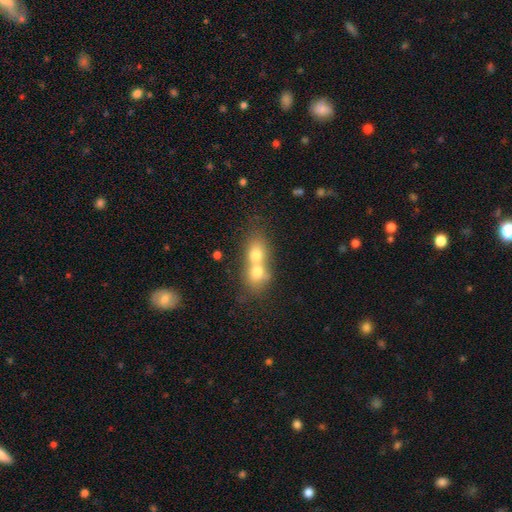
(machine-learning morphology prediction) This is likely a smooth galaxy (67%). How rounded: possibly in between (57%). Merging: likely merger (78%).